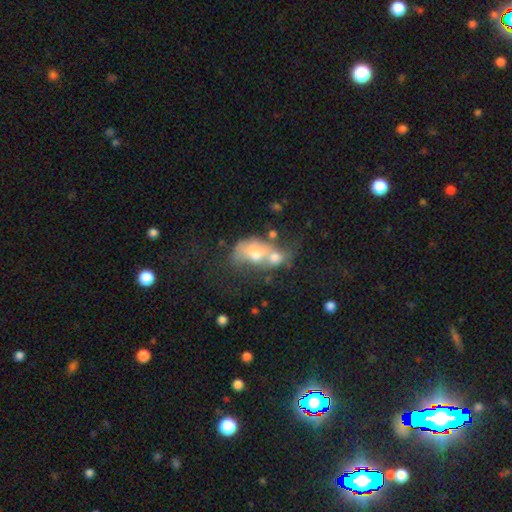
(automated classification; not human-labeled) Morphology: type=smooth (56%); roundness=in between (75%); merging=merger (66%).